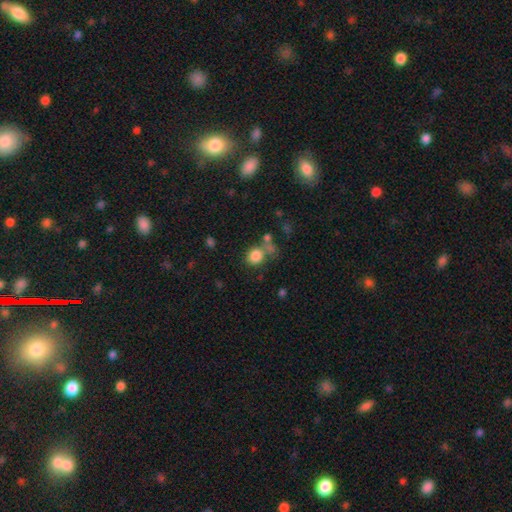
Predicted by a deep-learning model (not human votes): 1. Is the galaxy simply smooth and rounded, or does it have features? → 82% smooth, 11% star or artifact, 7% featured or disk.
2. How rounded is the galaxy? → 71% round, 28% in between, 1% cigar-shaped.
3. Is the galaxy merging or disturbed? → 52% none, 23% merger, 15% minor disturbance, 9% major disturbance.